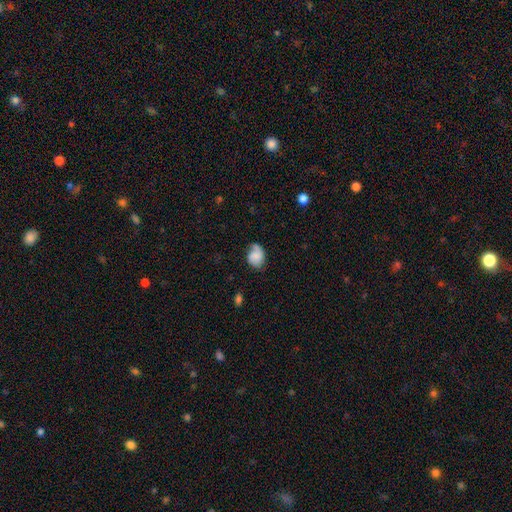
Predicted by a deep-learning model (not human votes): smooth-or-featured: smooth: 61% | featured or disk: 30% | star or artifact: 9%
  how-rounded: in between: 57% | round: 42% | cigar-shaped: 1%
  merging: none: 48% | minor disturbance: 33% | major disturbance: 15% | merger: 3%